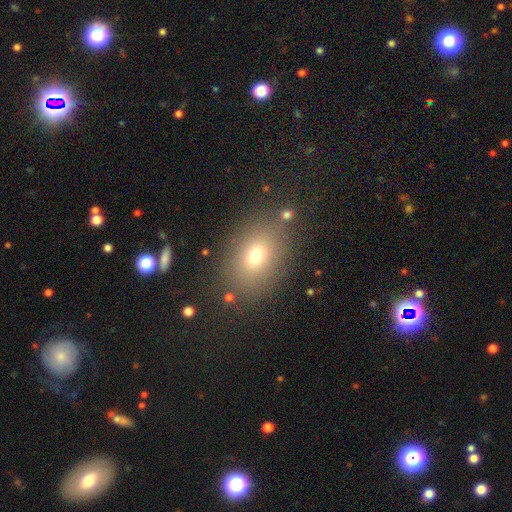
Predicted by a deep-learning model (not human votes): Smooth or featured?
  - smooth: 70% *
  - star or artifact: 17%
  - featured or disk: 13%
How rounded?
  - in between: 70% *
  - round: 28%
  - cigar-shaped: 2%
Merging?
  - none: 81% *
  - minor disturbance: 10%
  - major disturbance: 5%
  - merger: 4%